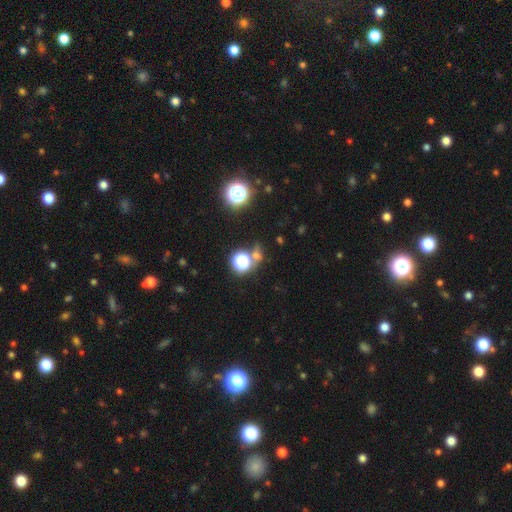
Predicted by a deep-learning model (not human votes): A star or artifact, not a galaxy (68%).

Vote fractions:
- Smooth or featured? star or artifact: 68% / smooth: 23% / featured or disk: 8%